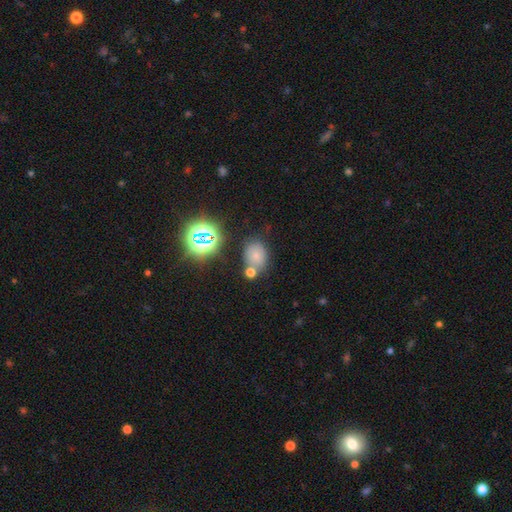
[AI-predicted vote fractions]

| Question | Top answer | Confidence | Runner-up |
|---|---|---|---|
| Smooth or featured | smooth | 67% | star or artifact (22%) |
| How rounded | in between | 60% | round (39%) |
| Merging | none | 63% | merger (17%) |